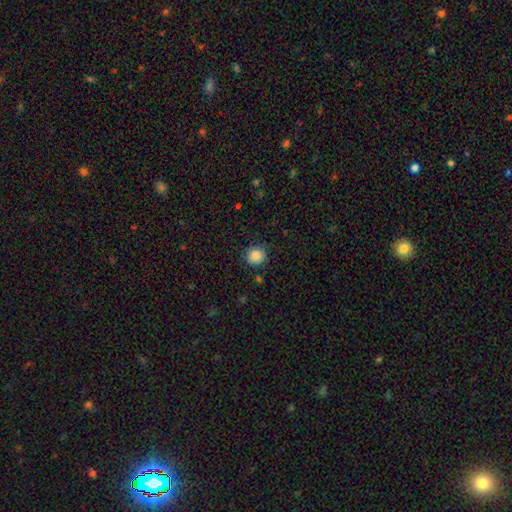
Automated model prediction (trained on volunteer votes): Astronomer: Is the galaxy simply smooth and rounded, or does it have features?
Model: smooth — 87%.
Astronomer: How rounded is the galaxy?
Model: round — 93%.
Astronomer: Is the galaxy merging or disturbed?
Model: none — 89%.